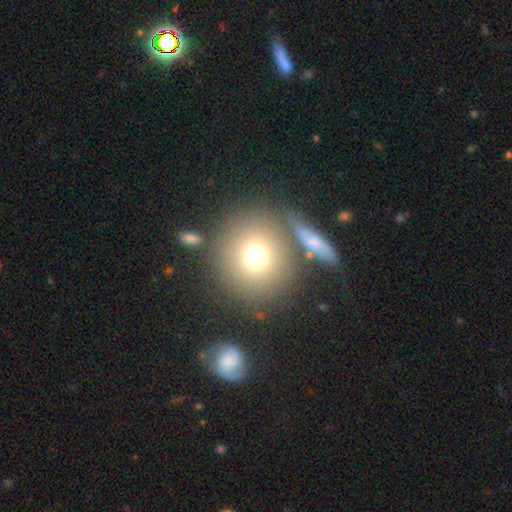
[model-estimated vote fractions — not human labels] Q: Smooth or featured?
A: smooth (73%); runner-up: featured or disk (15%)
Q: How rounded?
A: round (89%); runner-up: in between (10%)
Q: Merging?
A: none (71%); runner-up: merger (14%)